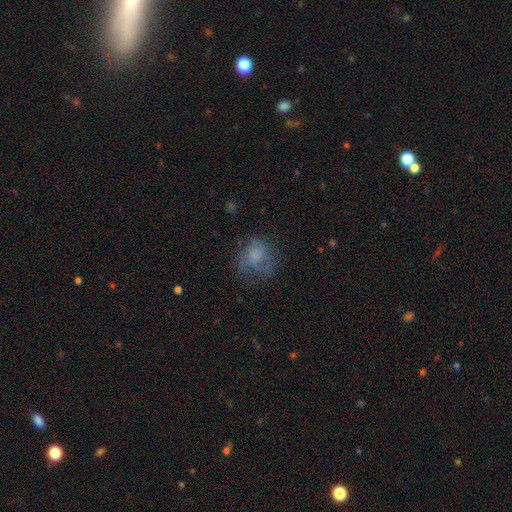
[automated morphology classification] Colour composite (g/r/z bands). It shows a smooth galaxy with no disk features (54%) that is round (67%). Merging: none (50%).